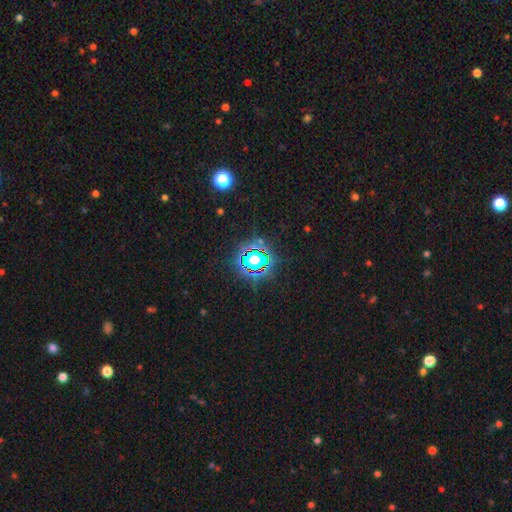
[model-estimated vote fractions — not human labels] Smooth or featured?
  - star or artifact: 73% *
  - smooth: 17%
  - featured or disk: 10%